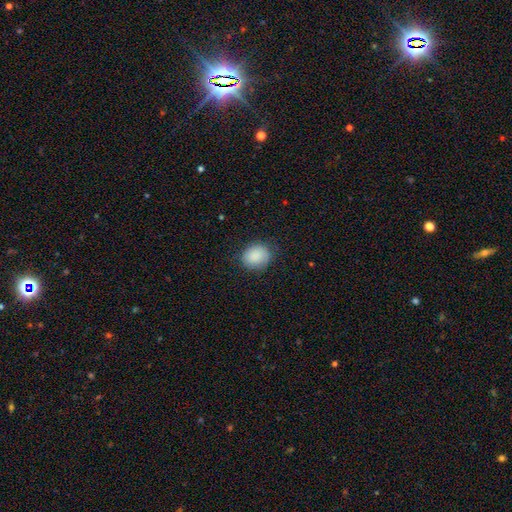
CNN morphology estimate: smooth_or_featured: smooth (p=0.89) [alt: star or artifact p=0.07]
how_rounded: round (p=0.55) [alt: in between p=0.44]
merging: none (p=0.80) [alt: minor disturbance p=0.15]